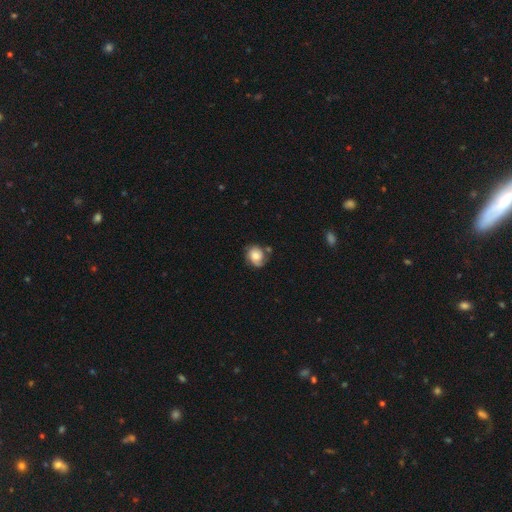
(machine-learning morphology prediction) A featured or disk galaxy (48%). Merging: none (63%).